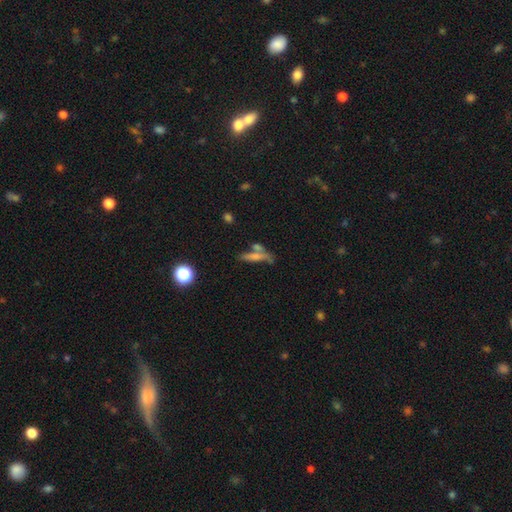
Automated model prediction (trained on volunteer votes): smooth-or-featured: smooth: 60% | featured or disk: 28% | star or artifact: 11%
  how-rounded: cigar-shaped: 77% | in between: 19% | round: 4%
  merging: none: 50% | merger: 28% | minor disturbance: 15% | major disturbance: 7%